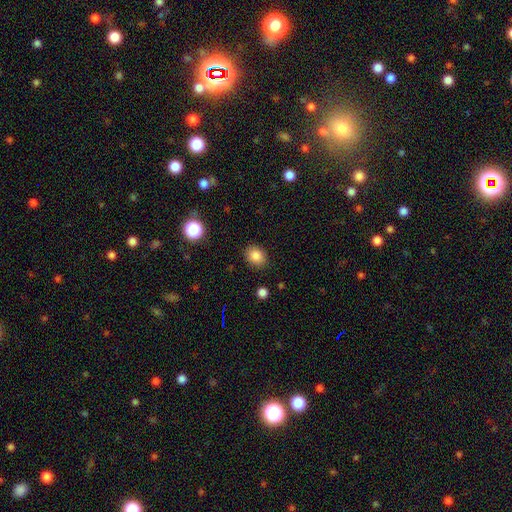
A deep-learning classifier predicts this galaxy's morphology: Smooth or featured?
  - smooth: 85% *
  - star or artifact: 10%
  - featured or disk: 5%
How rounded?
  - in between: 50% *
  - round: 49%
  - cigar-shaped: 1%
Merging?
  - none: 87% *
  - minor disturbance: 9%
  - major disturbance: 3%
  - merger: 1%